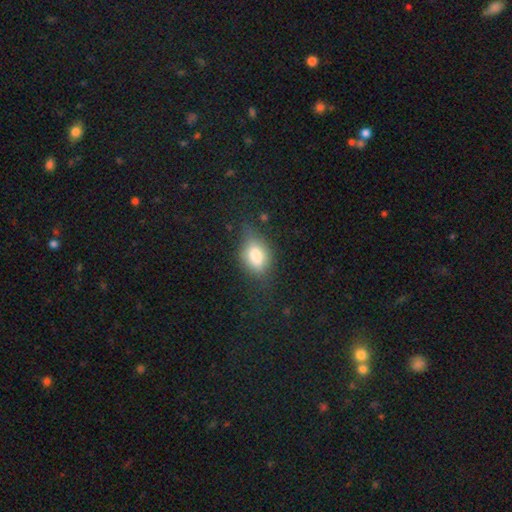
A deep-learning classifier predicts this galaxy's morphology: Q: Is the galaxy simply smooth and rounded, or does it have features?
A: smooth — 75%.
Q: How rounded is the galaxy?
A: in between — 79%.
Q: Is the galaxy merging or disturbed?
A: none — 56%.